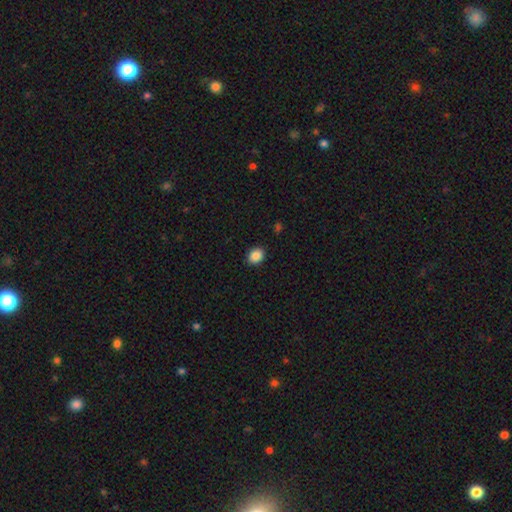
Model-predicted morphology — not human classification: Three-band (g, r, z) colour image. It shows a smooth galaxy with no disk features (88%) that is round (54%). Merging: none (91%).